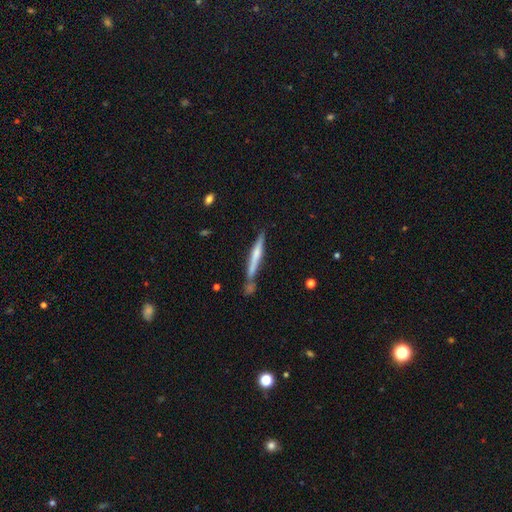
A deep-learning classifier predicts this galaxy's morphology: Smooth or featured: featured or disk — 50% (smooth — 44%)
Merging: none — 65% (merger — 16%)